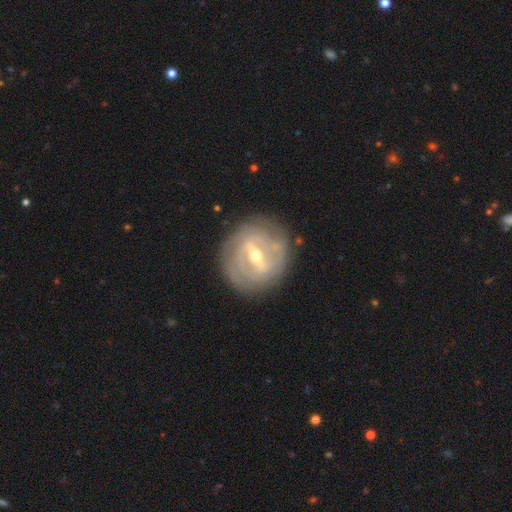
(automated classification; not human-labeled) Smooth or featured: featured or disk — 81% (smooth — 12%)
Edge-on disk: no — 91% (yes — 9%)
Bar: strong — 63% (weak — 29%)
Spiral arms: yes — 67% (no — 33%)
Bulge size: moderate — 57% (small — 39%)
Merging: none — 83% (minor disturbance — 12%)